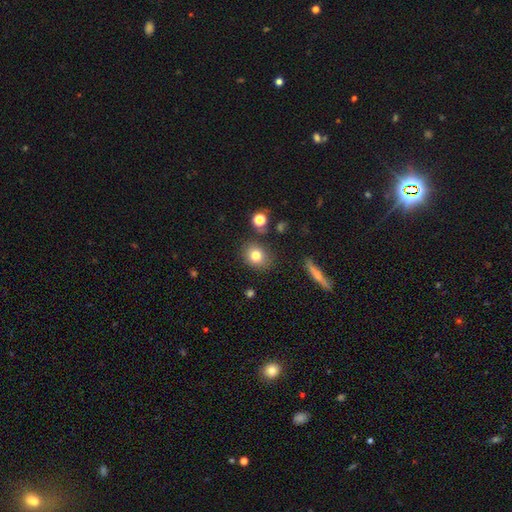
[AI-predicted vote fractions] smooth-or-featured: smooth: 79% | star or artifact: 11% | featured or disk: 10%
  how-rounded: round: 66% | in between: 33% | cigar-shaped: 1%
  merging: none: 82% | minor disturbance: 11% | merger: 4% | major disturbance: 3%